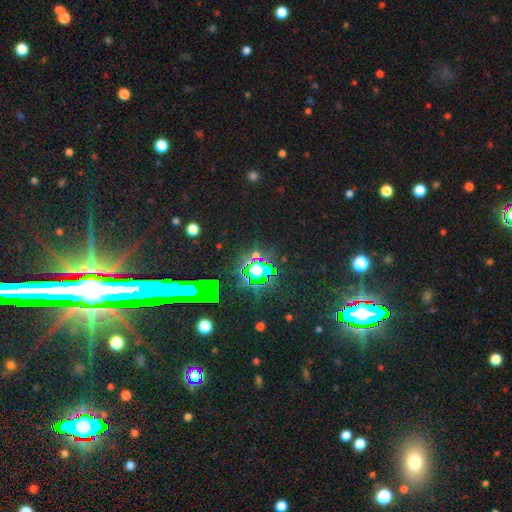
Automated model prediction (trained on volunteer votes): Morphology: type=star or artifact (81%).